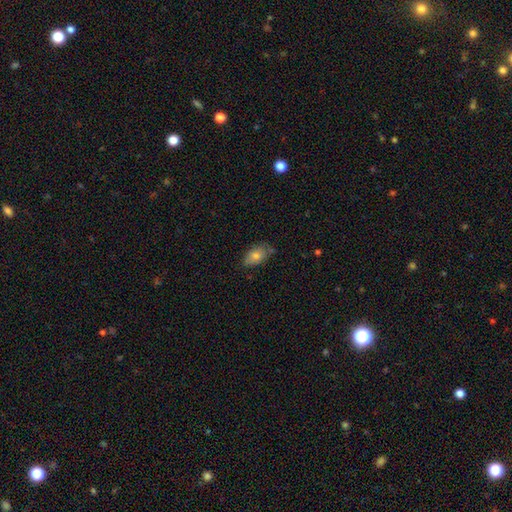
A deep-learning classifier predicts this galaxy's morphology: A smooth galaxy with no disk features (75%) that is in between round and cigar-shaped (90%). Merging: none (69%).